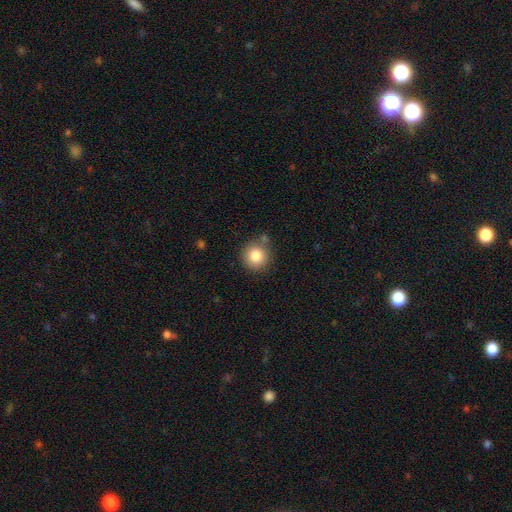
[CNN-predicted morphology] This is clearly a smooth galaxy (82%). How rounded: clearly round (92%). Merging: likely none (79%).